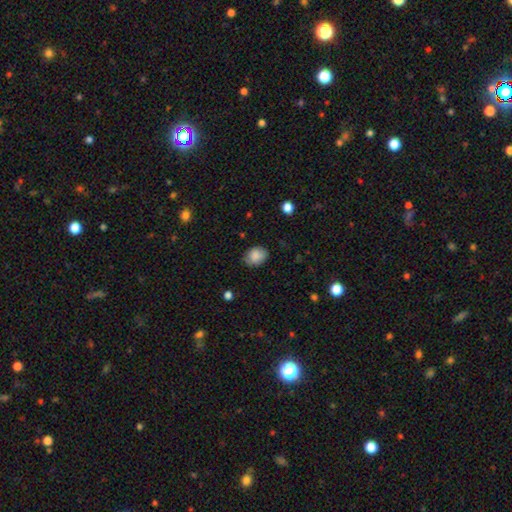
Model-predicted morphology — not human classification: The model was most divided on "how rounded": in between: 64%, round: 35%, cigar-shaped: 1%. More confident: smooth or featured — smooth (85%); merging — none (77%).